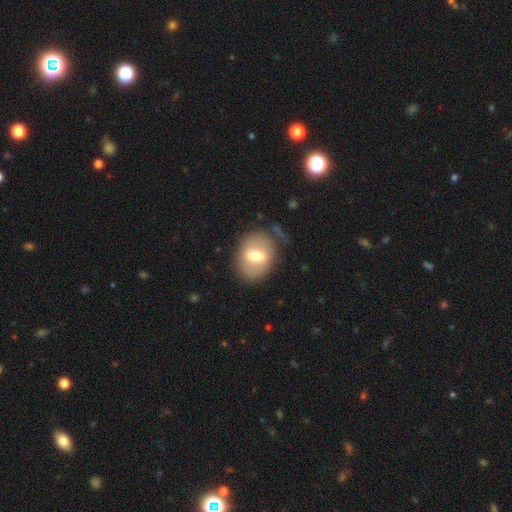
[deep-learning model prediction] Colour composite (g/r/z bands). It shows a smooth galaxy with no disk features (57%) that is in between round and cigar-shaped (58%). Merging: none (72%).